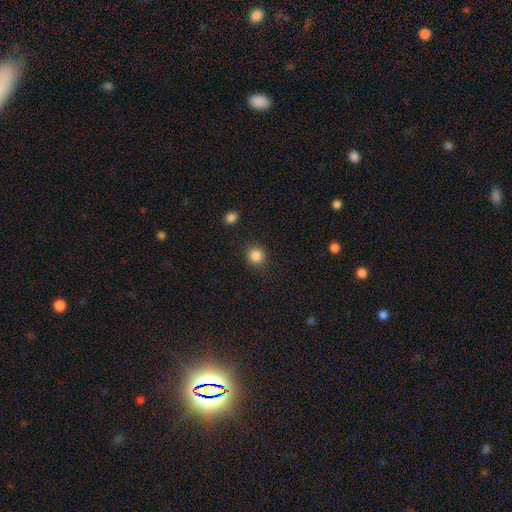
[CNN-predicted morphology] A smooth galaxy with no disk features (86%) that is round (89%). Merging: none (88%).